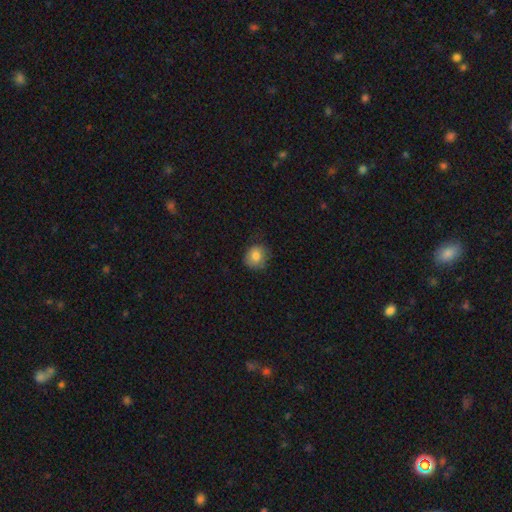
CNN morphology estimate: This appears to be a smooth galaxy with no disk features (81%) that is round (76%). Merging: none (70%).